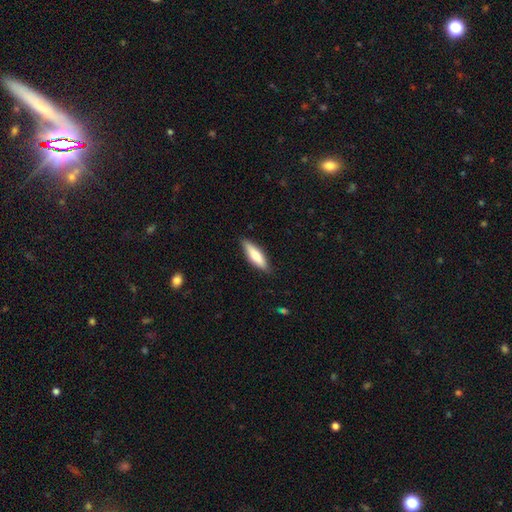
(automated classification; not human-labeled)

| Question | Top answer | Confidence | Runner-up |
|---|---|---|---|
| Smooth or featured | smooth | 75% | featured or disk (19%) |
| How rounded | cigar-shaped | 63% | in between (35%) |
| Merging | none | 86% | minor disturbance (11%) |